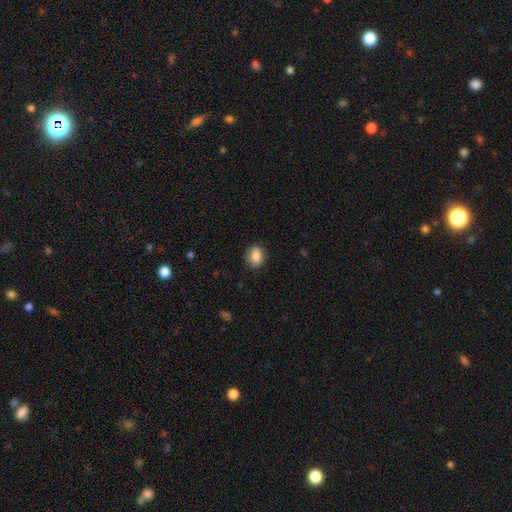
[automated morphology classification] A smooth galaxy with no disk features (87%) that is in between round and cigar-shaped (59%).

Vote fractions:
- Smooth or featured? smooth: 87% / star or artifact: 8% / featured or disk: 5%
- How rounded? in between: 59% / round: 40% / cigar-shaped: 1%
- Merging? none: 84% / minor disturbance: 13% / major disturbance: 3% / merger: 1%